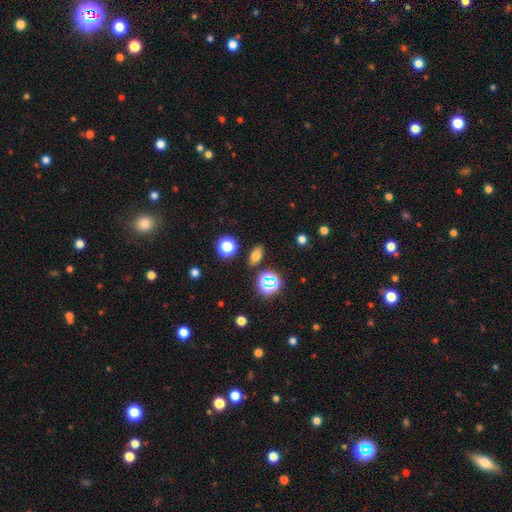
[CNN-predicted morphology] Smooth or featured?
  - smooth: 67% *
  - star or artifact: 22%
  - featured or disk: 11%
How rounded?
  - in between: 80% *
  - round: 14%
  - cigar-shaped: 5%
Merging?
  - none: 86% *
  - minor disturbance: 8%
  - merger: 3%
  - major disturbance: 3%